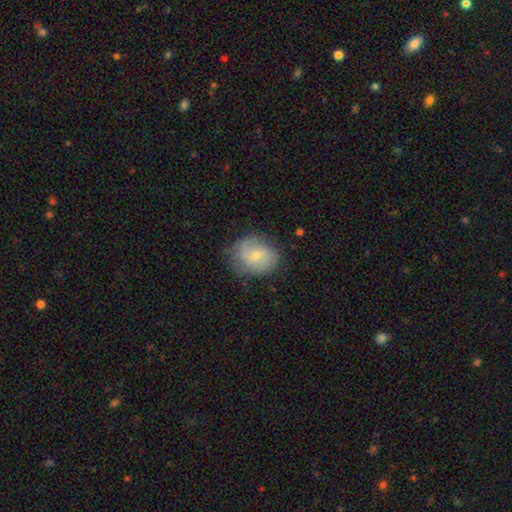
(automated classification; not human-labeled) Smooth or featured? smooth (46%, tied with featured or disk)
Merging? none (64%)